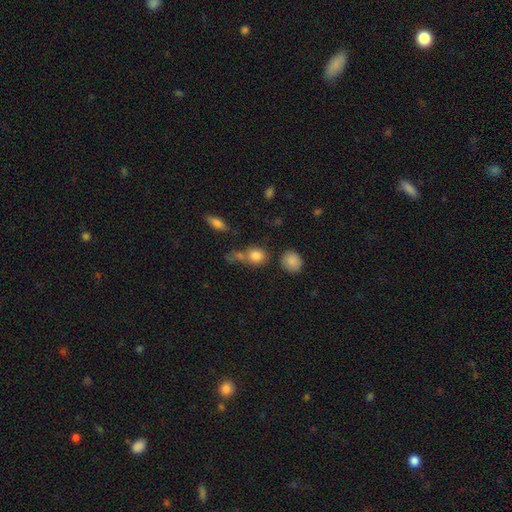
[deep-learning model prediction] A smooth galaxy with no disk features (82%) that is round (73%). Merging: none (56%).